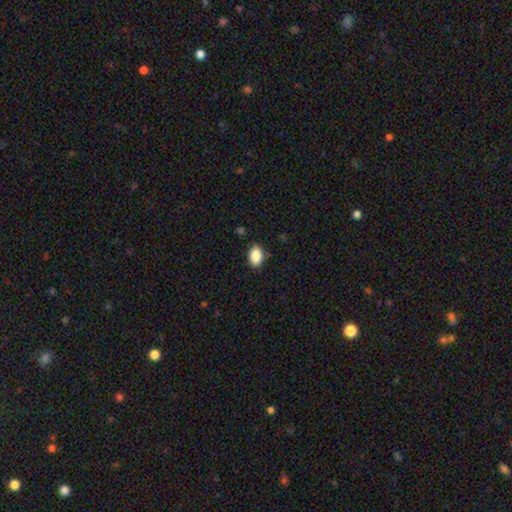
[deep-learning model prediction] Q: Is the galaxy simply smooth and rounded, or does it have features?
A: smooth — 88%.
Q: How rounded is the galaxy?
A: in between — 88%.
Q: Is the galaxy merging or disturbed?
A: none — 84%.